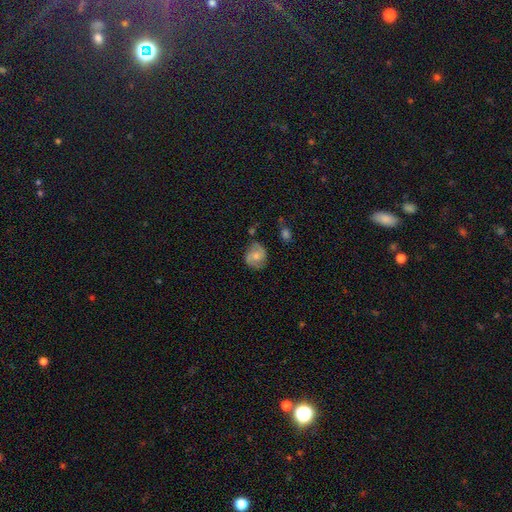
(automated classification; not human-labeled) Smooth or featured: featured or disk — 58% (smooth — 34%)
Edge-on disk: no — 97% (yes — 3%)
Bar: no — 55% (weak — 38%)
Spiral arms: yes — 91% (no — 9%)
Spiral winding: medium — 48% (tight — 30%)
Spiral arm count: 2 — 87% (can't tell — 7%)
Bulge size: moderate — 50% (small — 39%)
Merging: none — 73% (minor disturbance — 19%)